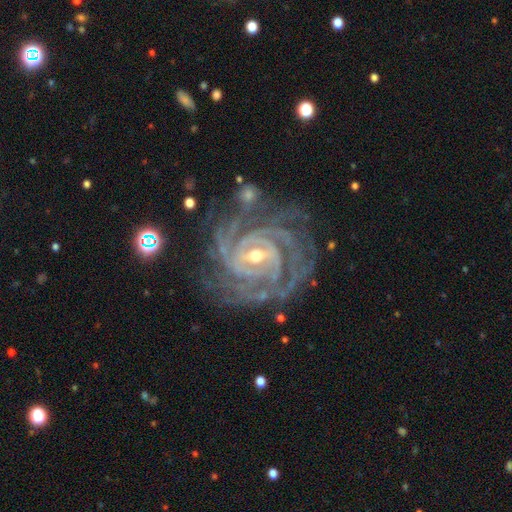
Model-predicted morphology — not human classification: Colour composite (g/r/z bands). It shows a featured or disk galaxy (93%) with a weak bar (45%), 4 (31%) tight (81%) spiral arms (99%) and a small central bulge (52%). Merging: none (73%).